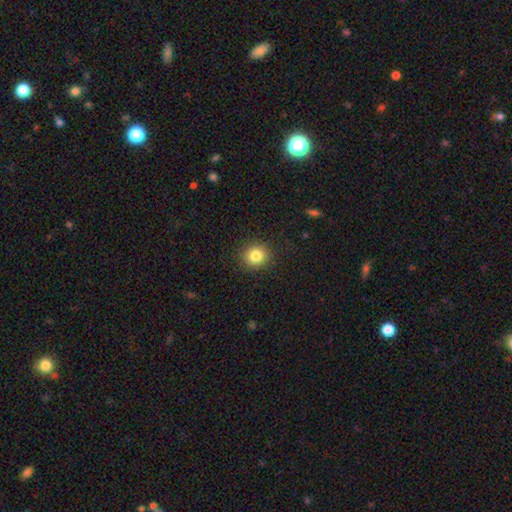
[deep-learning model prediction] smooth 83%, star or artifact 10%, featured or disk 6%. Down the decision tree: how rounded — round (89%); merging — none (90%).